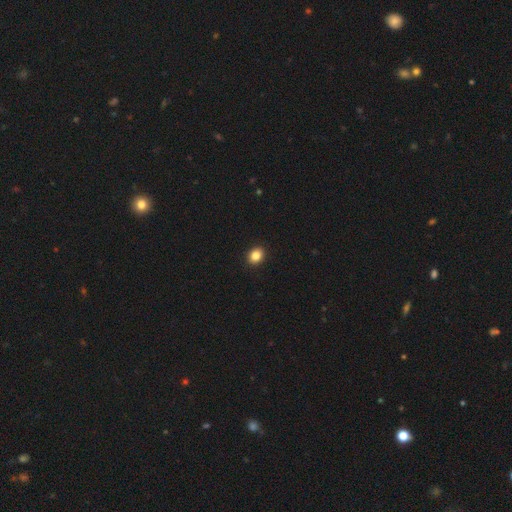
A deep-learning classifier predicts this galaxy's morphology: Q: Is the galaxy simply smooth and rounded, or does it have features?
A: smooth — 86%.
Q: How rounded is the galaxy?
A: round — 56%.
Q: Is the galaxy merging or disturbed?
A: none — 92%.